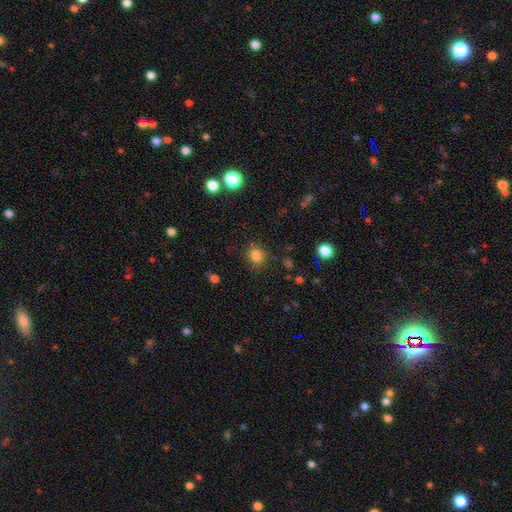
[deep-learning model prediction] smooth-or-featured: smooth: 82% | star or artifact: 13% | featured or disk: 5%
  how-rounded: round: 83% | in between: 16% | cigar-shaped: 1%
  merging: none: 84% | minor disturbance: 10% | major disturbance: 3% | merger: 2%